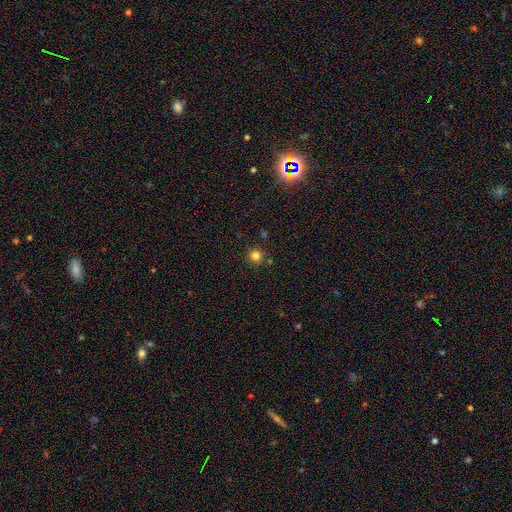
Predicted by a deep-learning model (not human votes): smooth_or_featured: smooth (p=0.81) [alt: star or artifact p=0.14]
how_rounded: round (p=0.96) [alt: in between p=0.04]
merging: none (p=0.88) [alt: minor disturbance p=0.06]